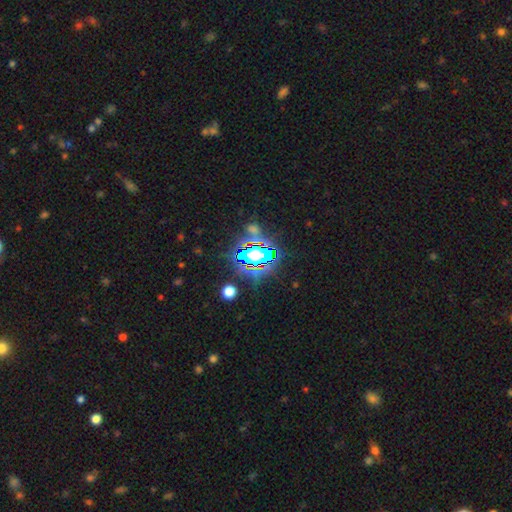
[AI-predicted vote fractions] This is clearly a star or artifact rather than a galaxy (80%).